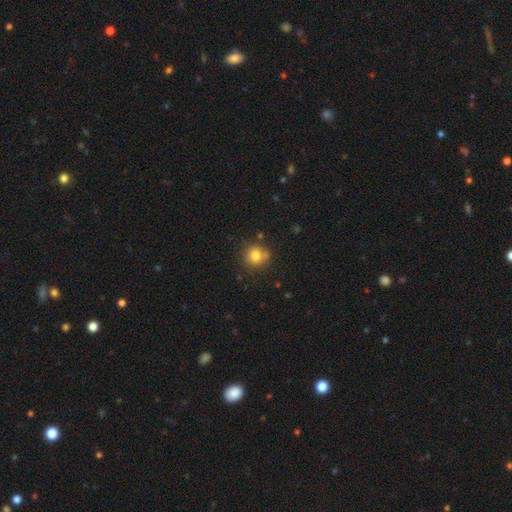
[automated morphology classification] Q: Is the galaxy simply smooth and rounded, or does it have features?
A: smooth — 80%.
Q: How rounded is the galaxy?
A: round — 87%.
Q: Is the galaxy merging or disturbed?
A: none — 75%.